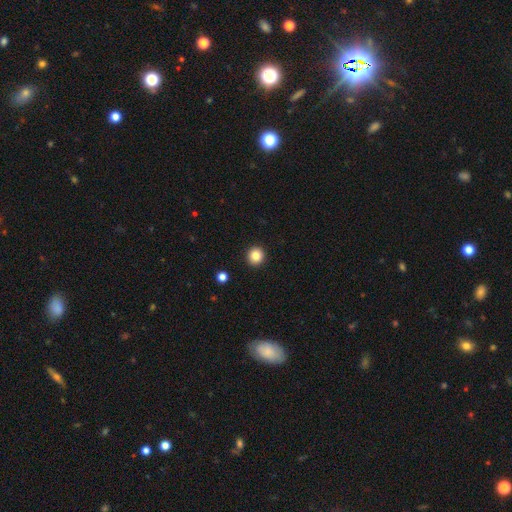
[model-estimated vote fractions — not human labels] Smooth or featured? Predicted: smooth (p=0.85). How rounded? Predicted: round (p=0.94). Merging? Predicted: none (p=0.94).